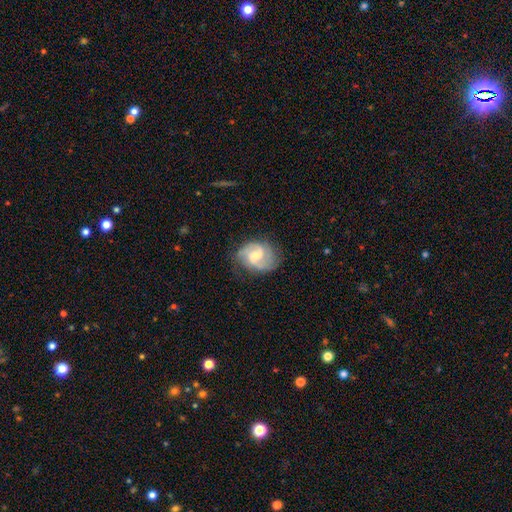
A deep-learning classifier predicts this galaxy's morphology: Smooth or featured?
  - featured or disk: 81% *
  - smooth: 14%
  - star or artifact: 5%
Edge-on disk?
  - no: 98% *
  - yes: 2%
Bar?
  - weak: 58% *
  - no: 30%
  - strong: 13%
Spiral arms?
  - yes: 96% *
  - no: 4%
Spiral winding?
  - medium: 53% *
  - tight: 25%
  - loose: 22%
Spiral arm count?
  - 2: 80% *
  - can't tell: 7%
  - 3: 7%
  - 1: 3%
  - 4: 2%
  - more than 4: 2%
Bulge size?
  - moderate: 47% *
  - small: 41%
  - none: 6%
  - large: 4%
  - dominant: 1%
Merging?
  - none: 71% *
  - minor disturbance: 20%
  - major disturbance: 8%
  - merger: 1%